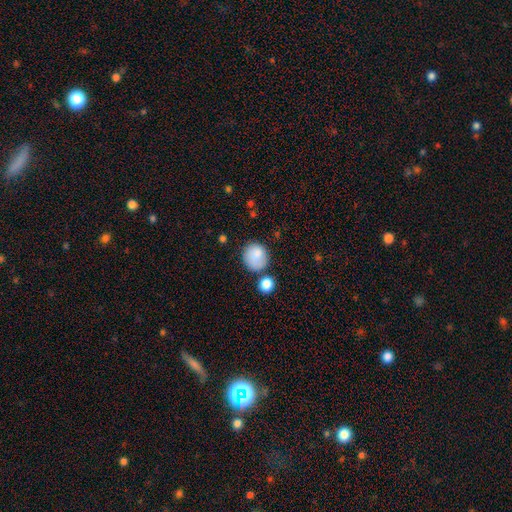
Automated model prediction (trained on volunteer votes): Smooth or featured? smooth (85%)
How rounded? round (78%)
Merging? none (65%)